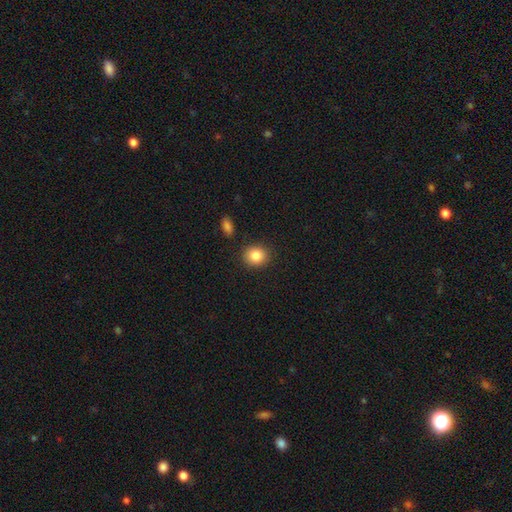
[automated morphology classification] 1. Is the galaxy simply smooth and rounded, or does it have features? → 84% smooth, 9% star or artifact, 7% featured or disk.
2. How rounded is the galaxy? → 78% round, 21% in between, 1% cigar-shaped.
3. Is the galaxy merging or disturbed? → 88% none, 7% minor disturbance, 2% merger, 2% major disturbance.